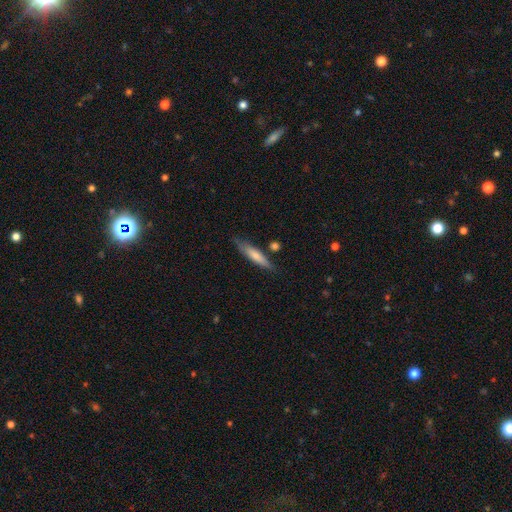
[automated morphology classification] The model was most divided on "smooth or featured": smooth: 68%, featured or disk: 26%, star or artifact: 6%. More confident: how rounded — cigar-shaped (85%); merging — none (77%).